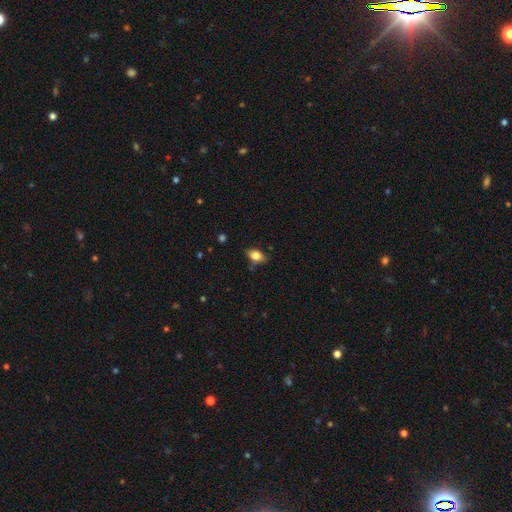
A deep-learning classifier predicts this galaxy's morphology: Q: Smooth or featured?
A: smooth (82%); runner-up: star or artifact (9%)
Q: How rounded?
A: in between (83%); runner-up: round (14%)
Q: Merging?
A: none (77%); runner-up: minor disturbance (18%)